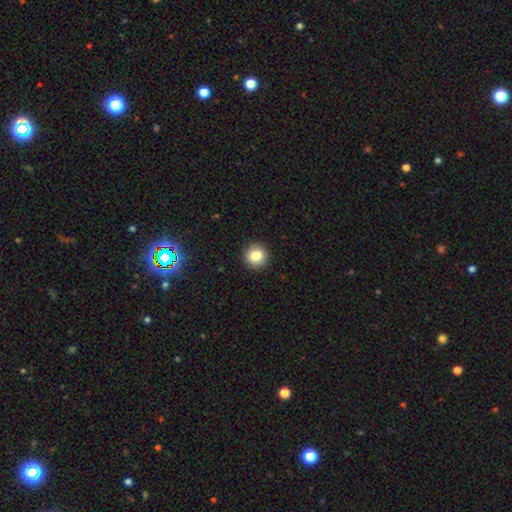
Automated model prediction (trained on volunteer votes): Smooth or featured? smooth (83%)
How rounded? round (94%)
Merging? none (93%)